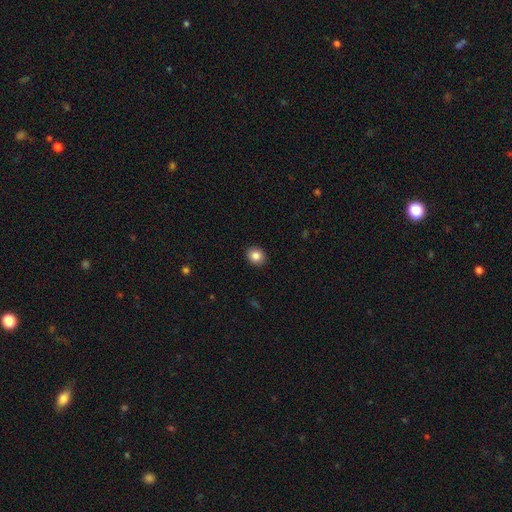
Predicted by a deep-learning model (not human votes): Smooth or featured? Predicted: smooth (p=0.85). How rounded? Predicted: round (p=0.70). Merging? Predicted: none (p=0.91).